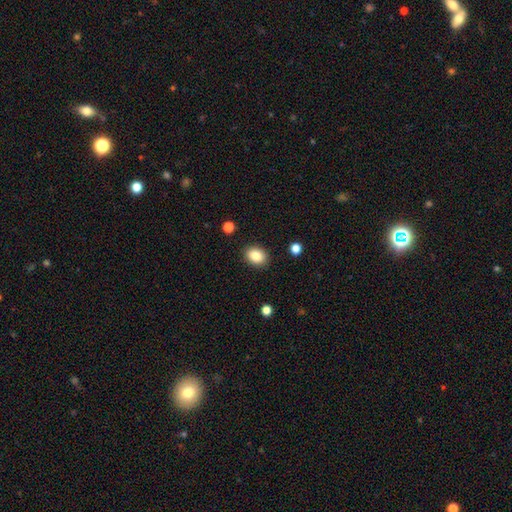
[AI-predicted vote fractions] Smooth or featured? smooth (85%)
How rounded? in between (56%)
Merging? none (89%)